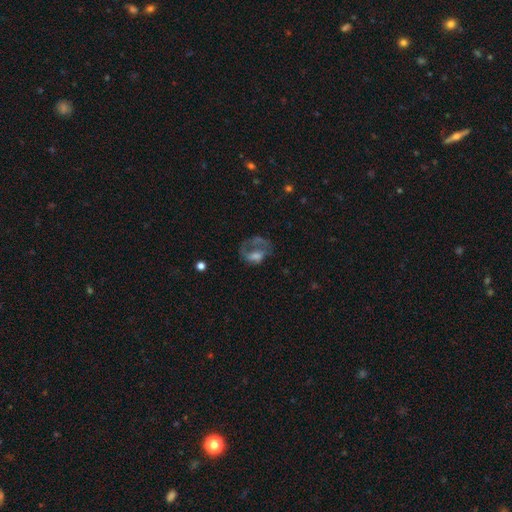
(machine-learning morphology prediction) Smooth or featured? featured or disk (50%)
Merging? major disturbance (47%)